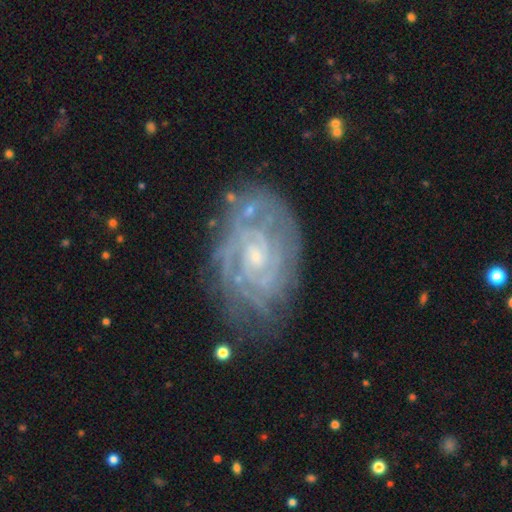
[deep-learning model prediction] Smooth or featured: featured or disk — 84% (smooth — 9%)
Edge-on disk: no — 96% (yes — 4%)
Bar: no — 68% (weak — 27%)
Spiral arms: yes — 93% (no — 7%)
Spiral winding: tight — 73% (medium — 22%)
Spiral arm count: can't tell — 42% (2 — 19%)
Bulge size: small — 66% (moderate — 28%)
Merging: none — 71% (minor disturbance — 19%)